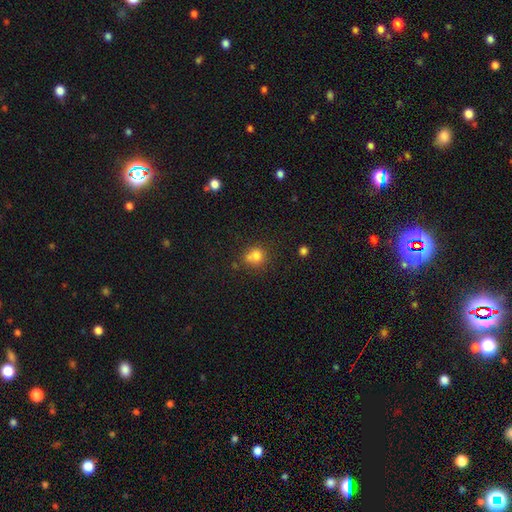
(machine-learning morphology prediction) smooth 76%, star or artifact 13%, featured or disk 11%. Down the decision tree: how rounded — round (80%); merging — none (47%).